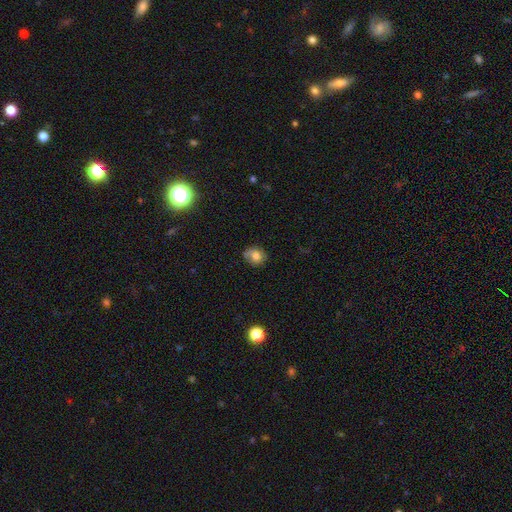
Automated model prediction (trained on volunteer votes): The model was most divided on "how rounded": round: 65%, in between: 34%, cigar-shaped: 1%. More confident: smooth or featured — smooth (76%); merging — none (62%).